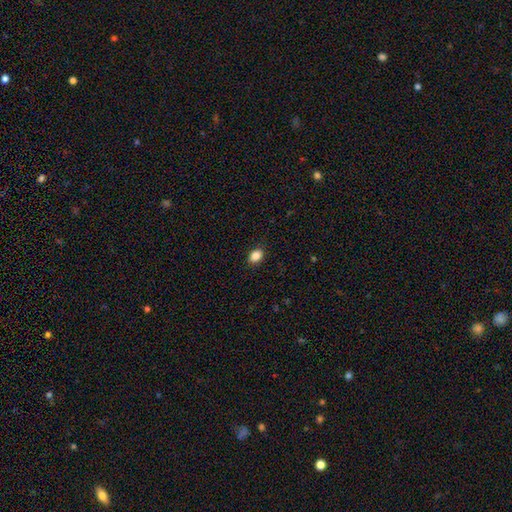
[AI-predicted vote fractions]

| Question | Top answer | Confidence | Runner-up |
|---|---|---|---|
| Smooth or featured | smooth | 87% | star or artifact (9%) |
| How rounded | in between | 72% | round (27%) |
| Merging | none | 89% | minor disturbance (8%) |